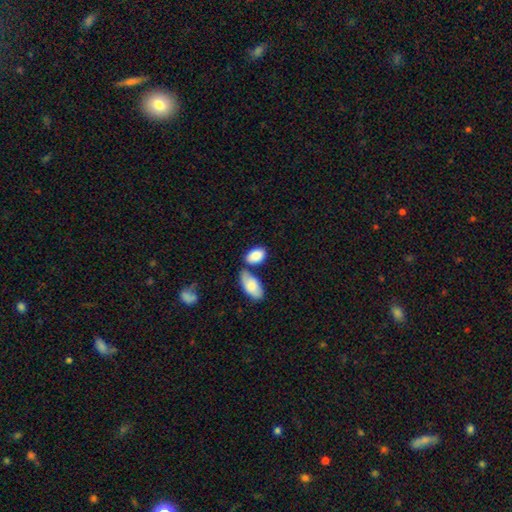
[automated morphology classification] type=smooth (86%); roundness=in between (92%); merging=none (47%).